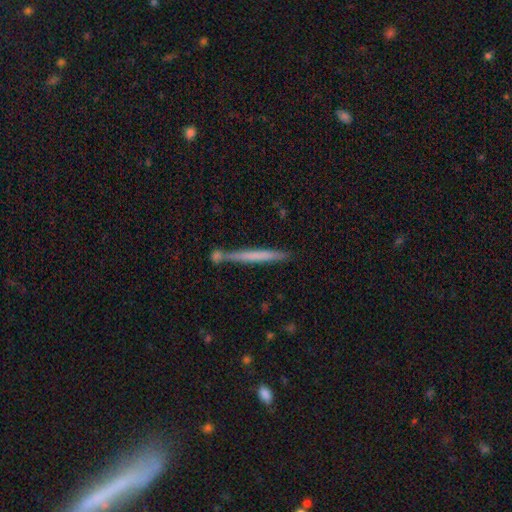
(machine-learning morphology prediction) Smooth or featured? Predicted: smooth (p=0.55). How rounded? Predicted: cigar-shaped (p=0.97). Merging? Predicted: none (p=0.74).